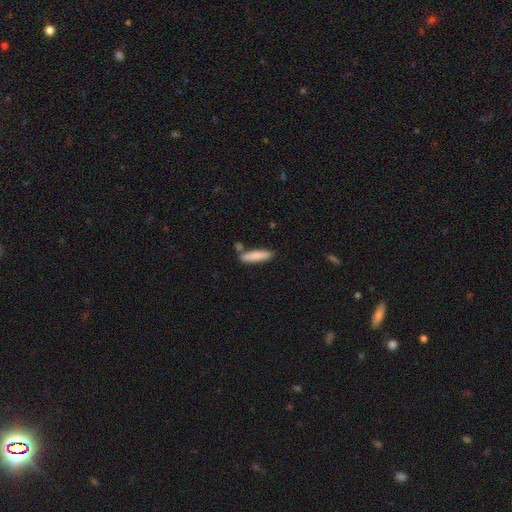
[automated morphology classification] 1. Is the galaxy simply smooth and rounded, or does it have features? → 83% smooth, 11% featured or disk, 6% star or artifact.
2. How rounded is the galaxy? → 75% cigar-shaped, 24% in between, 1% round.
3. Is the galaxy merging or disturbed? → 77% none, 13% minor disturbance, 8% merger, 3% major disturbance.